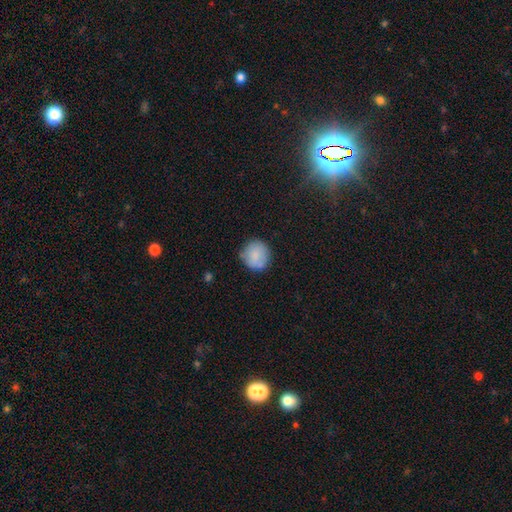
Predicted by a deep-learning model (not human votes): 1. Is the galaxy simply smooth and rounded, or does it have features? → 83% smooth, 10% featured or disk, 8% star or artifact.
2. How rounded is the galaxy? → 92% round, 7% in between, 1% cigar-shaped.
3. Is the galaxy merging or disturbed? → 75% none, 17% minor disturbance, 4% major disturbance, 4% merger.